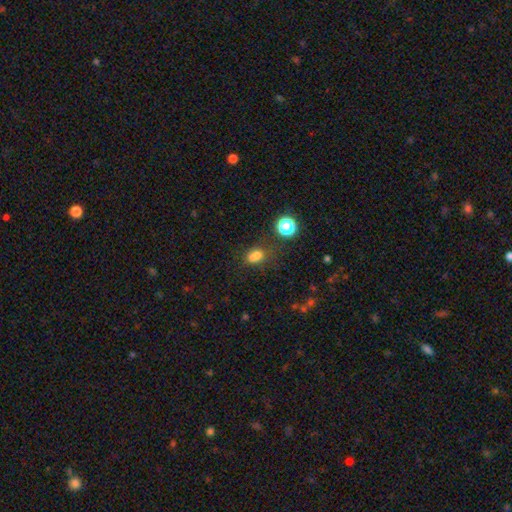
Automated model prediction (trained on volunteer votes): Smooth or featured? Predicted: smooth (p=0.70). How rounded? Predicted: round (p=0.52). Merging? Predicted: none (p=0.40).